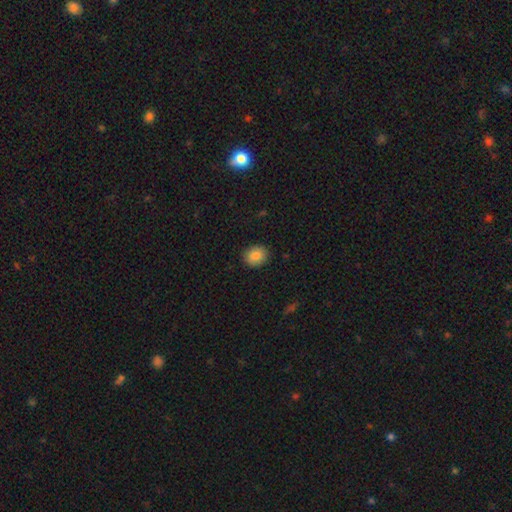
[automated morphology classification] The model was most divided on "how rounded": round: 59%, in between: 40%, cigar-shaped: 1%. More confident: merging — none (90%); smooth or featured — smooth (85%).